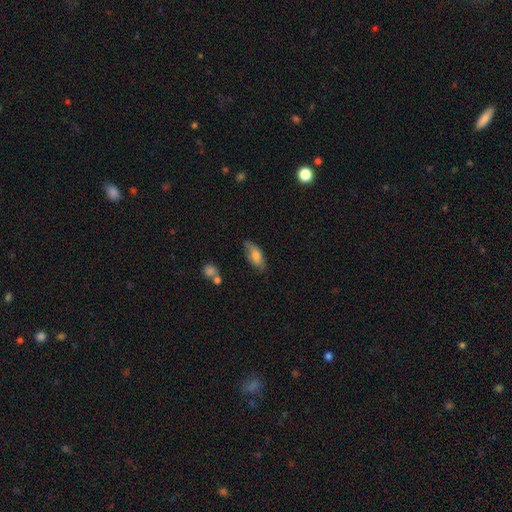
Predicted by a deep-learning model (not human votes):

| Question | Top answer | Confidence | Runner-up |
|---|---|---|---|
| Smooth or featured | smooth | 70% | featured or disk (24%) |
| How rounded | in between | 82% | cigar-shaped (16%) |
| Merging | none | 65% | minor disturbance (27%) |